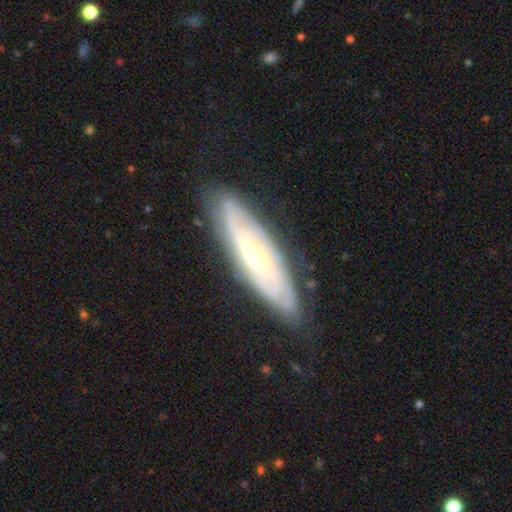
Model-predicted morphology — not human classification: The model was most divided on "bulge size": moderate: 55%, small: 40%, large: 3%, none: 1%, dominant: 1%. More confident: spiral arms — yes (89%); merging — none (81%); smooth or featured — featured or disk (79%); edge-on disk — no (73%); spiral winding — tight (63%); bar — no (59%); spiral arm count — can't tell (51%).